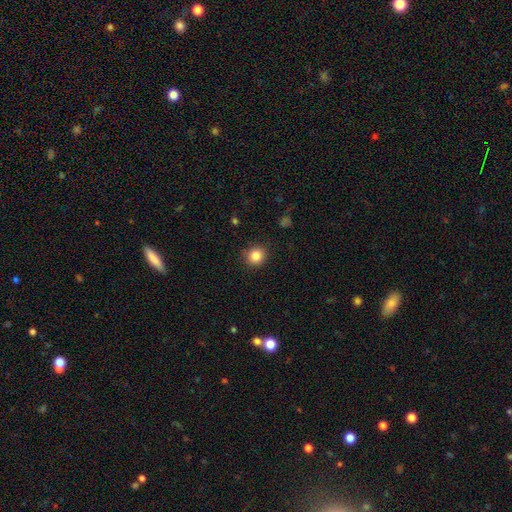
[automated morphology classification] The model was most divided on "smooth or featured": smooth: 84%, star or artifact: 10%, featured or disk: 5%. More confident: merging — none (89%); how rounded — round (89%).